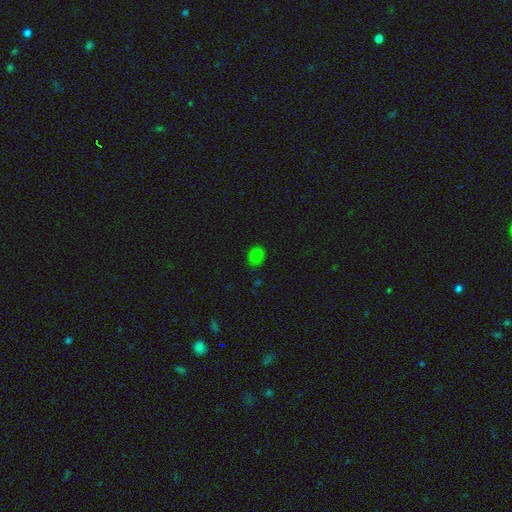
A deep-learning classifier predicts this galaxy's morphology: This appears to be a smooth galaxy with no disk features (74%) that is in between round and cigar-shaped (56%). Merging: none (78%).